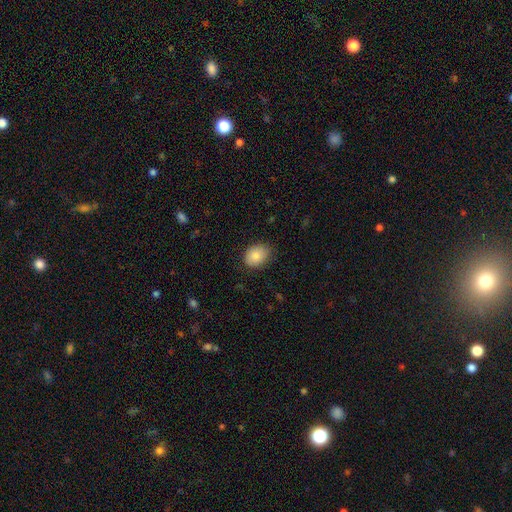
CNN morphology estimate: Smooth or featured? smooth (85%)
How rounded? in between (70%)
Merging? none (80%)